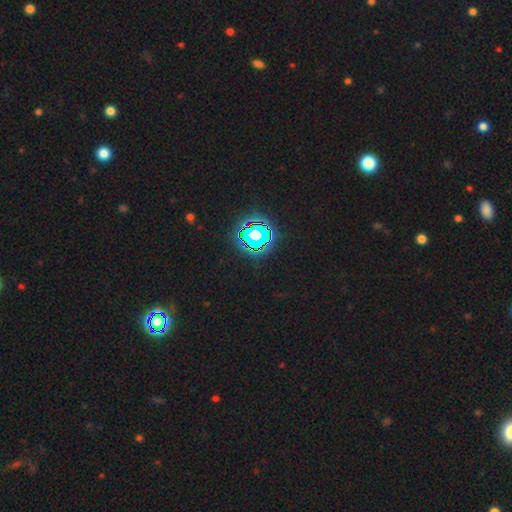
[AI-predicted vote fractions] star or artifact 84%, smooth 10%, featured or disk 7%.